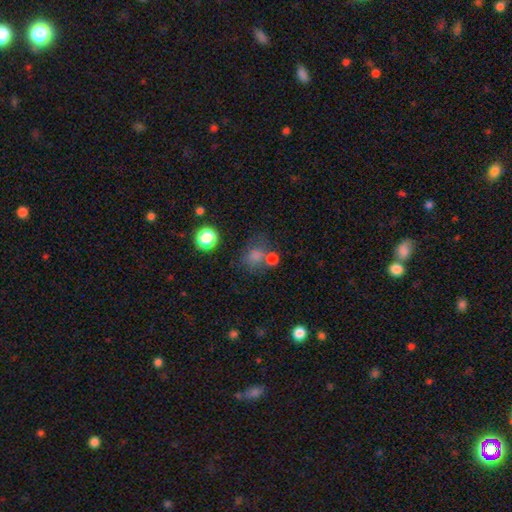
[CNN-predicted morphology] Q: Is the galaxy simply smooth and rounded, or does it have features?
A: smooth — 66%.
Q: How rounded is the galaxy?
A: round — 67%.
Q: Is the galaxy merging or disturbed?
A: none — 56%.